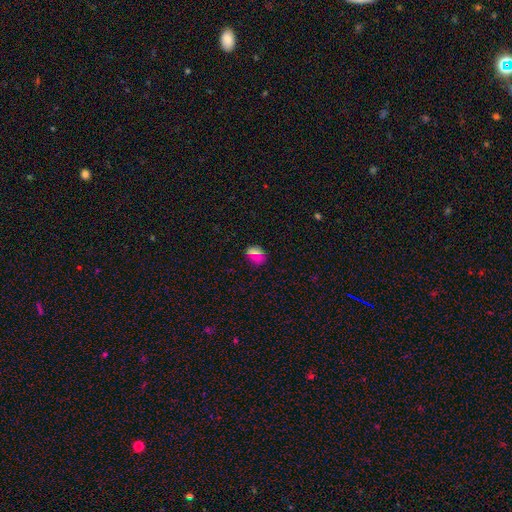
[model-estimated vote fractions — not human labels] Q: Smooth or featured?
A: smooth (64%); runner-up: star or artifact (28%)
Q: How rounded?
A: in between (49%); runner-up: round (47%)
Q: Merging?
A: none (79%); runner-up: minor disturbance (13%)